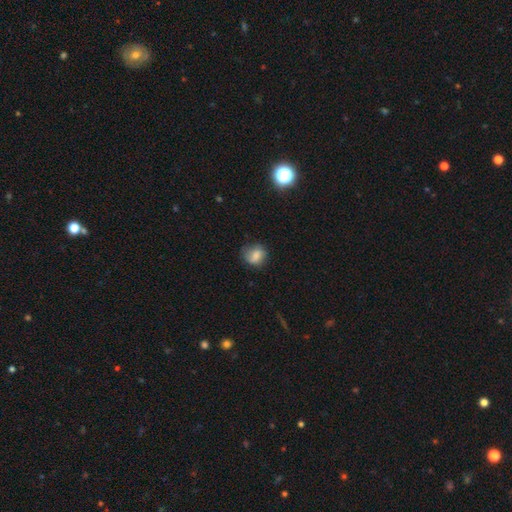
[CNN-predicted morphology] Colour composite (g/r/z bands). It shows a smooth galaxy with no disk features (77%) that is round (60%). Merging: none (59%).